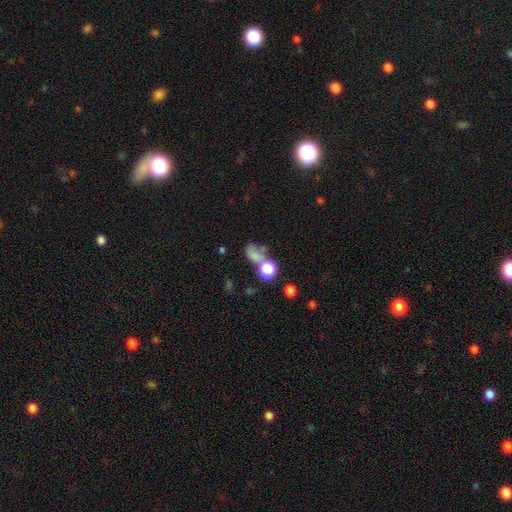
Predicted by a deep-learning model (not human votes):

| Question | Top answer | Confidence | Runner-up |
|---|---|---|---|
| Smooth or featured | smooth | 68% | star or artifact (19%) |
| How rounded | in between | 64% | round (33%) |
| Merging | merger | 40% | none (31%) |